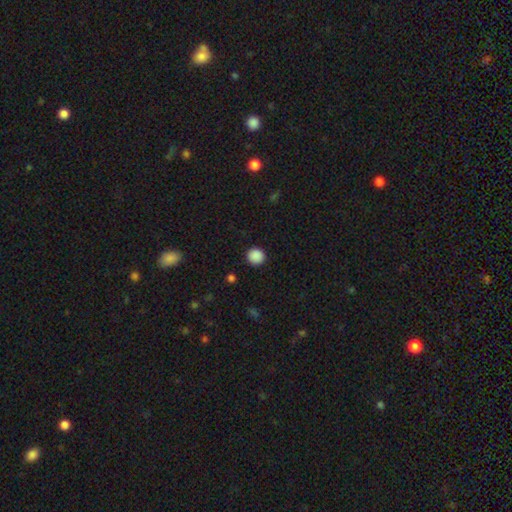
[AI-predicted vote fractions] A smooth galaxy with no disk features (88%) that is round (93%).

Vote fractions:
- Smooth or featured? smooth: 88% / star or artifact: 9% / featured or disk: 2%
- How rounded? round: 93% / in between: 6% / cigar-shaped: 1%
- Merging? none: 91% / minor disturbance: 5% / major disturbance: 2% / merger: 1%